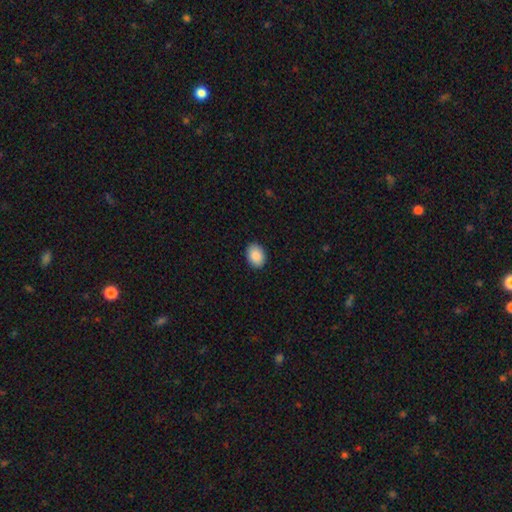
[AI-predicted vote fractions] A smooth galaxy with no disk features (90%) that is in between round and cigar-shaped (75%). Merging: none (90%).